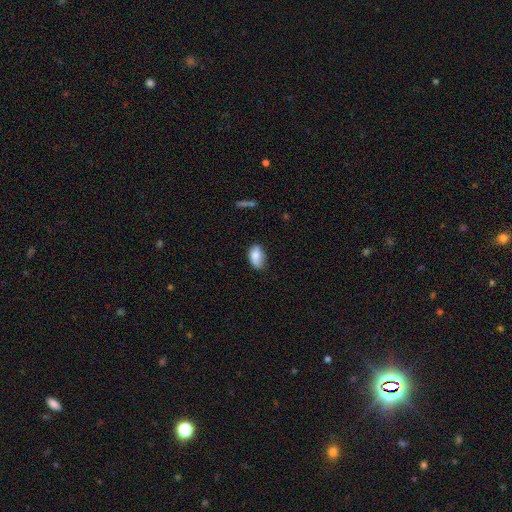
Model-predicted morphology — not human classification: Overall: smooth (80%). How rounded: in between (91%). Merging: none (53%; minor disturbance 37%).